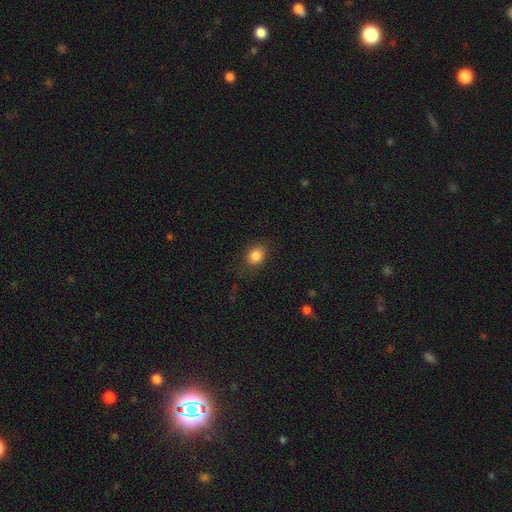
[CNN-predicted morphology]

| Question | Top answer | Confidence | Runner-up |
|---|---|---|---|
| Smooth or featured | smooth | 85% | star or artifact (10%) |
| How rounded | in between | 55% | round (43%) |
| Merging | none | 81% | minor disturbance (14%) |